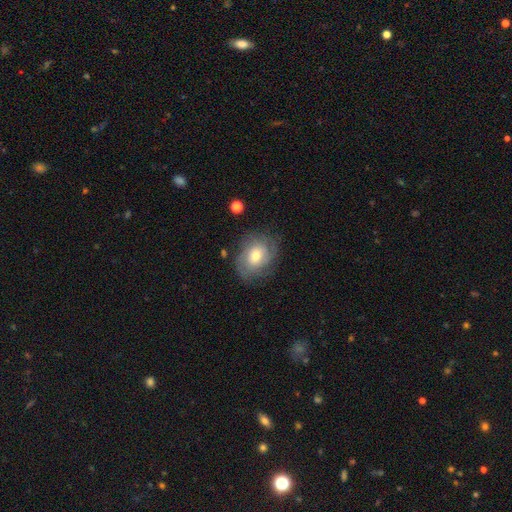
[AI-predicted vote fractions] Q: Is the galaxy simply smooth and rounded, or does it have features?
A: featured or disk — 62%.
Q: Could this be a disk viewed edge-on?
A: no — 97%.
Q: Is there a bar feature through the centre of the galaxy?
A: no — 68%.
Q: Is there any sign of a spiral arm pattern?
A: yes — 86%.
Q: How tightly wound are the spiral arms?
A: tight — 57%.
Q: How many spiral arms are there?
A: can't tell — 40%.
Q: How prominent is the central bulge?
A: moderate — 65%.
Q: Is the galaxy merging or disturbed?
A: none — 73%.